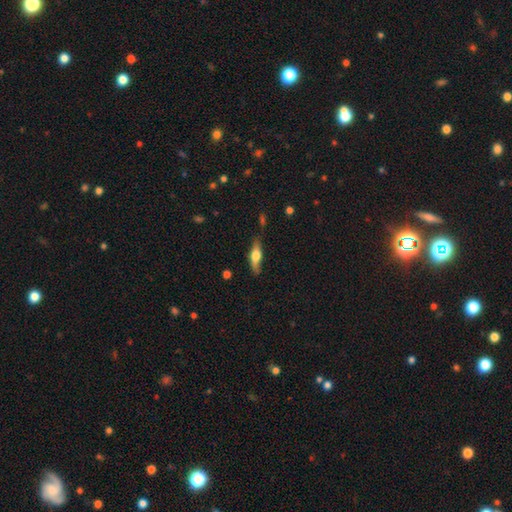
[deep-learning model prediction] Smooth or featured? smooth (52%)
How rounded? cigar-shaped (56%)
Merging? none (68%)